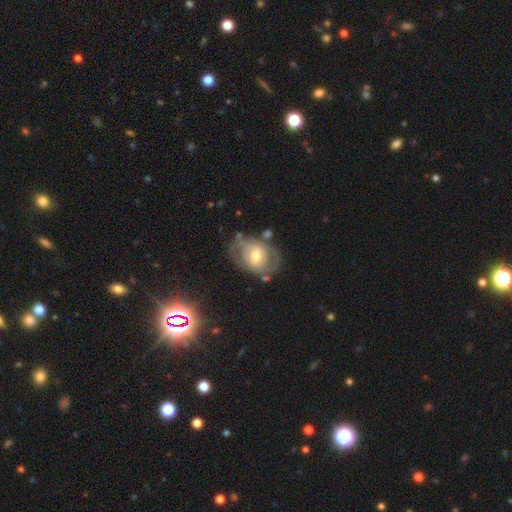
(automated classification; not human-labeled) Smooth or featured?
  - featured or disk: 65% *
  - smooth: 29%
  - star or artifact: 7%
Edge-on disk?
  - no: 95% *
  - yes: 5%
Bar?
  - no: 56% *
  - weak: 33%
  - strong: 10%
Spiral arms?
  - yes: 59% *
  - no: 41%
Bulge size?
  - moderate: 70% *
  - small: 18%
  - large: 10%
  - none: 1%
  - dominant: 1%
Merging?
  - none: 53% *
  - minor disturbance: 25%
  - major disturbance: 15%
  - merger: 7%